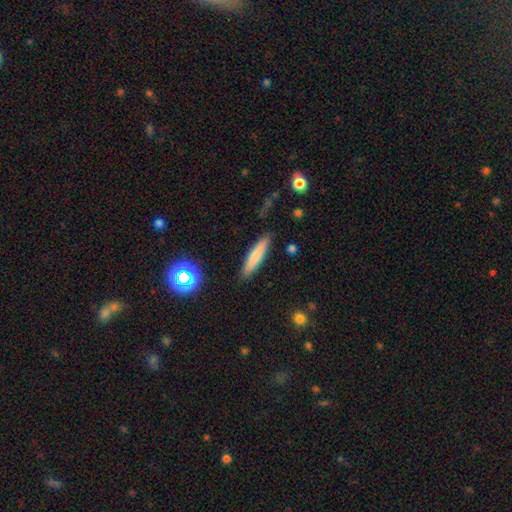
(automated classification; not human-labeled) smooth-or-featured: smooth: 75% | featured or disk: 16% | star or artifact: 8%
  how-rounded: cigar-shaped: 85% | in between: 14% | round: 2%
  merging: none: 88% | minor disturbance: 8% | major disturbance: 2% | merger: 1%